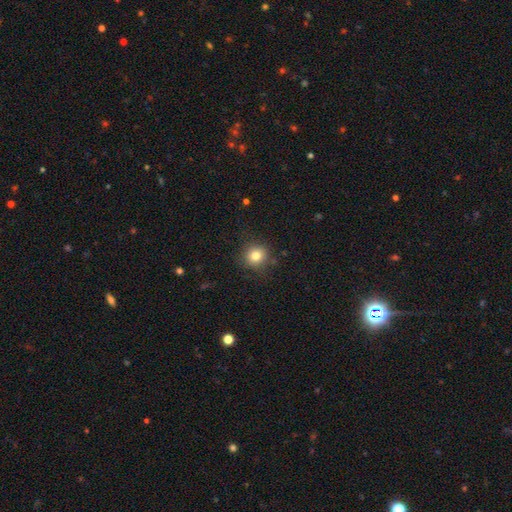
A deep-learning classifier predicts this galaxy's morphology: Smooth or featured? smooth (81%)
How rounded? round (90%)
Merging? none (86%)